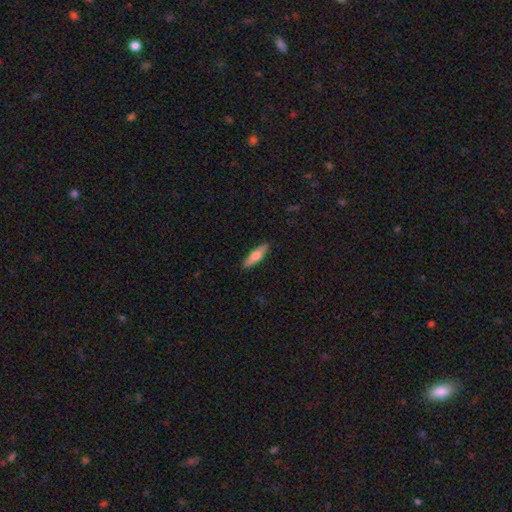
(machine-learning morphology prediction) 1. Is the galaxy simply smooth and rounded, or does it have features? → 66% smooth, 28% featured or disk, 6% star or artifact.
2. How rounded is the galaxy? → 71% cigar-shaped, 27% in between, 2% round.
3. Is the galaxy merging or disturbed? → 89% none, 8% minor disturbance, 2% major disturbance, 1% merger.